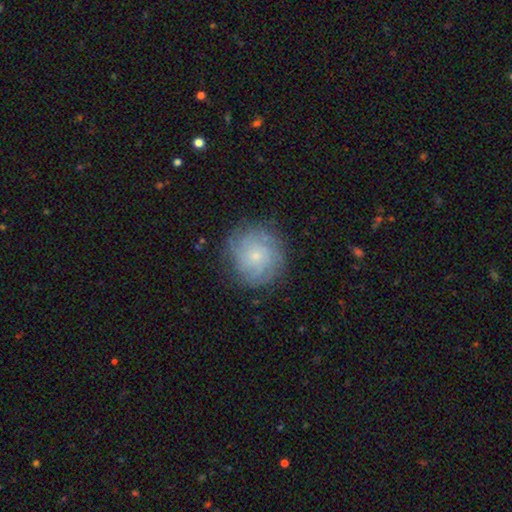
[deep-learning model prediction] featured or disk 61%, smooth 29%, star or artifact 10%. Down the decision tree: edge-on disk — no (97%); bar — no (82%); spiral arms — yes (90%); spiral arm count — can't tell (42%); spiral winding — tight (68%); bulge size — small (77%); merging — none (80%).